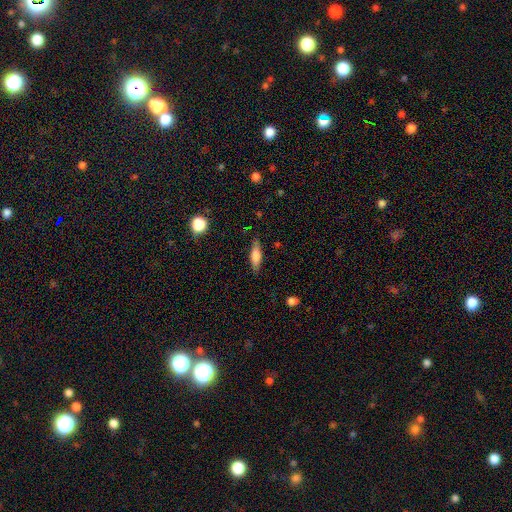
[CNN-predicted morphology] This is likely a smooth galaxy (68%). How rounded: possibly cigar-shaped (57%). Merging: clearly none (83%).